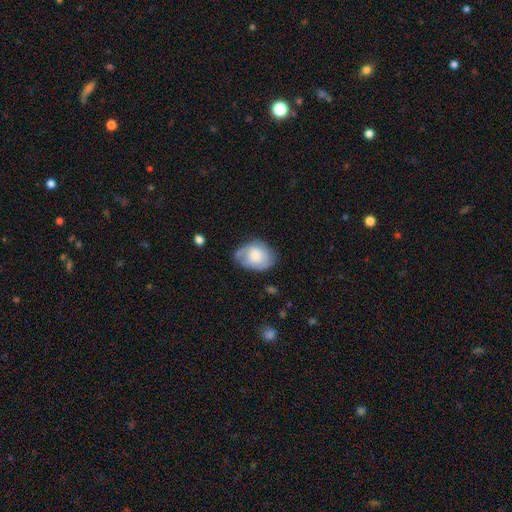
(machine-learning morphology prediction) type=smooth (48%); merging=none (58%).